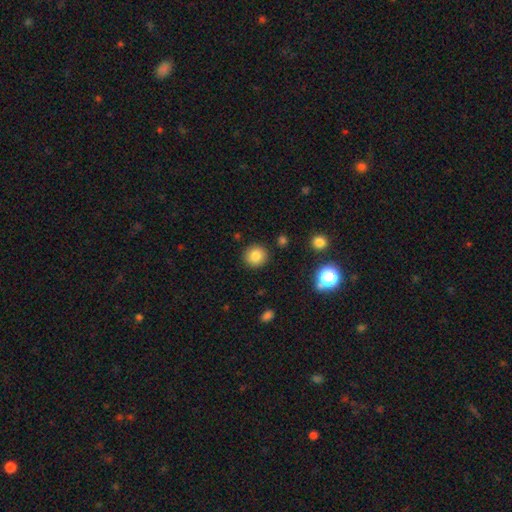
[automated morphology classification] smooth_or_featured: smooth (p=0.83) [alt: star or artifact p=0.11]
how_rounded: round (p=0.92) [alt: in between p=0.07]
merging: none (p=0.90) [alt: minor disturbance p=0.06]